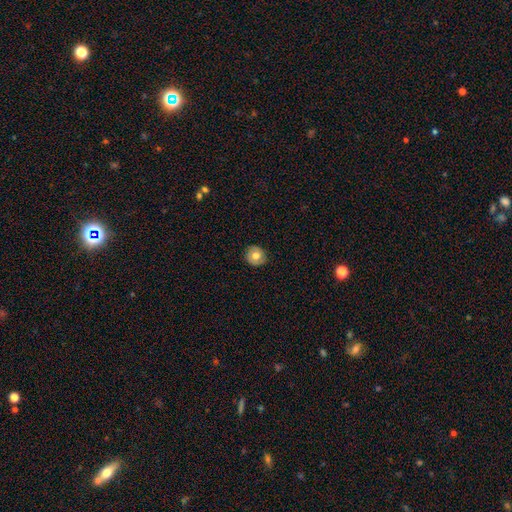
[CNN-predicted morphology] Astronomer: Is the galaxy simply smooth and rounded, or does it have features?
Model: smooth — 73%.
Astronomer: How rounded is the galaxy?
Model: round — 90%.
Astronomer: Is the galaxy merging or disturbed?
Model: none — 87%.